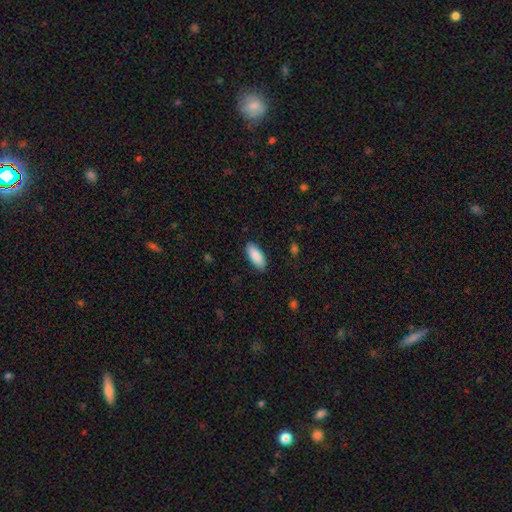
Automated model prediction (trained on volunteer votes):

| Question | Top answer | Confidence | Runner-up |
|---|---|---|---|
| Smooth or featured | smooth | 90% | star or artifact (6%) |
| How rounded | in between | 83% | cigar-shaped (15%) |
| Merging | none | 86% | minor disturbance (10%) |